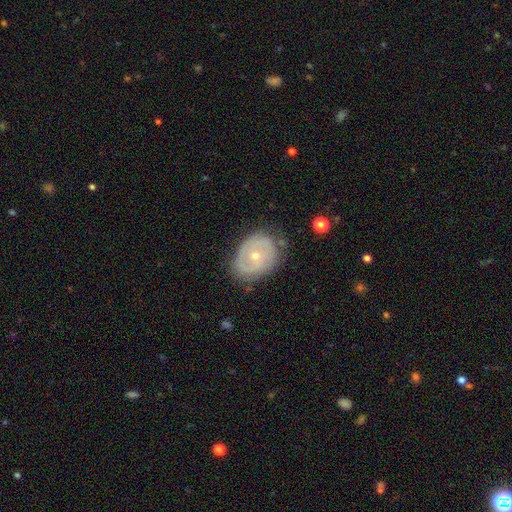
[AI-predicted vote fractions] This is likely a featured or disk galaxy (67%). It is clearly not viewed edge-on (96%). Bar: likely no (77%). Spiral arm pattern: possibly yes (58%). Central bulge: possibly small (53%). Merging: likely none (69%).